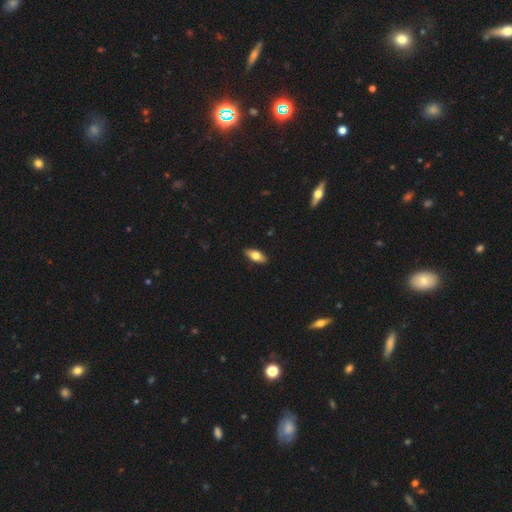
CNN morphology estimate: A smooth galaxy with no disk features (67%) that is in between round and cigar-shaped (81%).

Vote fractions:
- Smooth or featured? smooth: 67% / featured or disk: 27% / star or artifact: 6%
- How rounded? in between: 81% / cigar-shaped: 16% / round: 3%
- Merging? none: 89% / minor disturbance: 8% / major disturbance: 2% / merger: 1%